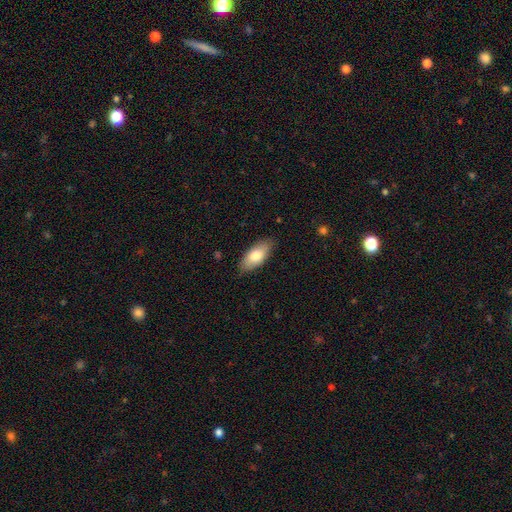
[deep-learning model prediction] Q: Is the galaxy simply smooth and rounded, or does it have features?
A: smooth — 77%.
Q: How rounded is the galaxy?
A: in between — 87%.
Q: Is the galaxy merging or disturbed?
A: none — 84%.